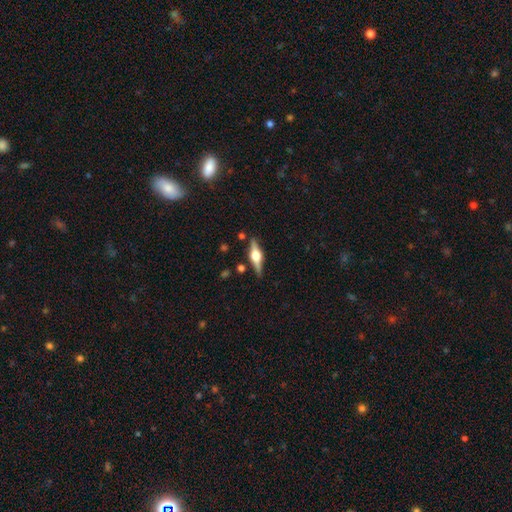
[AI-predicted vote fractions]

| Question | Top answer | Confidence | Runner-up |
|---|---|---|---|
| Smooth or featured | featured or disk | 75% | smooth (19%) |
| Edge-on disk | yes | 97% | no (3%) |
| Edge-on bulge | rounded | 93% | boxy (6%) |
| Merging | none | 86% | minor disturbance (9%) |